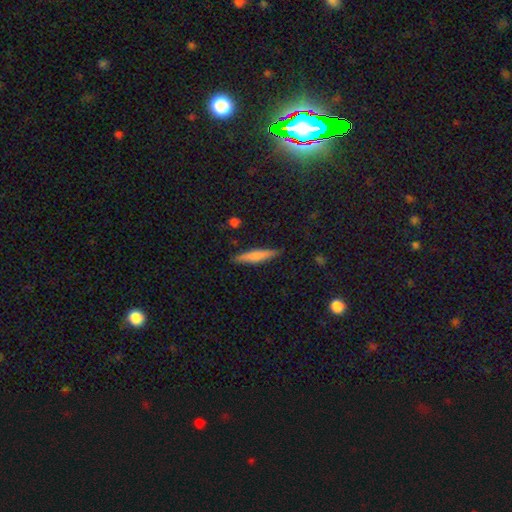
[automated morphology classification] This is likely a smooth galaxy (68%). How rounded: clearly cigar-shaped (88%). Merging: clearly none (88%).